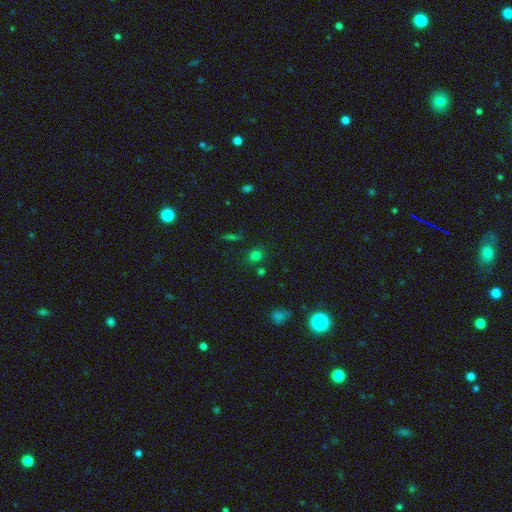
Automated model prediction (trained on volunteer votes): Smooth or featured?
  - smooth: 73% *
  - star or artifact: 21%
  - featured or disk: 6%
How rounded?
  - round: 72% *
  - in between: 27%
  - cigar-shaped: 1%
Merging?
  - none: 76% *
  - minor disturbance: 12%
  - merger: 7%
  - major disturbance: 4%